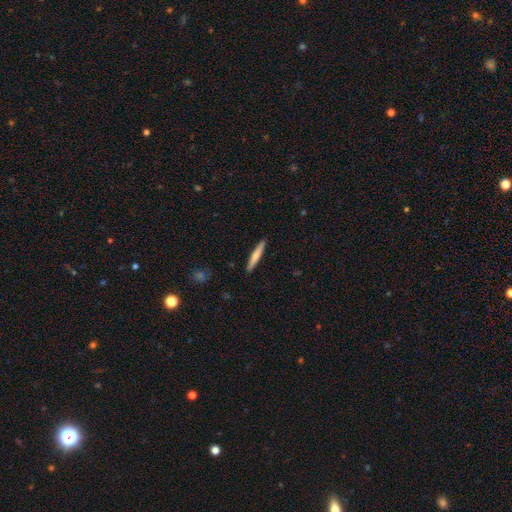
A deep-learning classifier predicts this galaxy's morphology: The model was most divided on "smooth or featured": smooth: 62%, featured or disk: 33%, star or artifact: 5%. More confident: how rounded — cigar-shaped (94%); merging — none (91%).